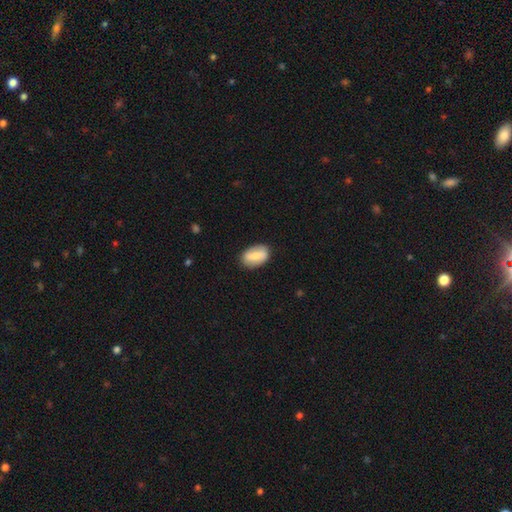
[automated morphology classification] A smooth galaxy with no disk features (69%) that is in between round and cigar-shaped (90%). Merging: none (84%).